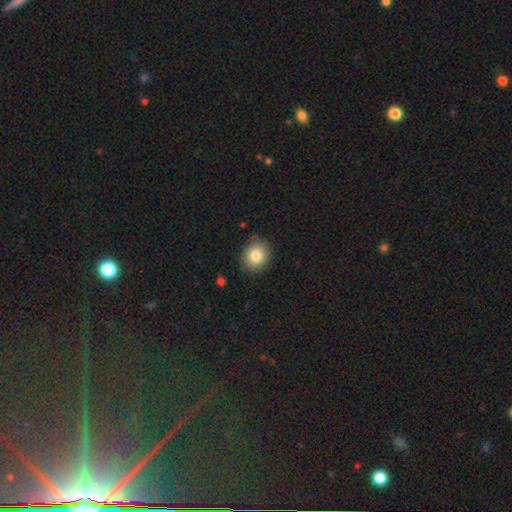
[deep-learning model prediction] Q: Smooth or featured?
A: smooth (83%); runner-up: star or artifact (9%)
Q: How rounded?
A: round (68%); runner-up: in between (31%)
Q: Merging?
A: none (83%); runner-up: minor disturbance (13%)